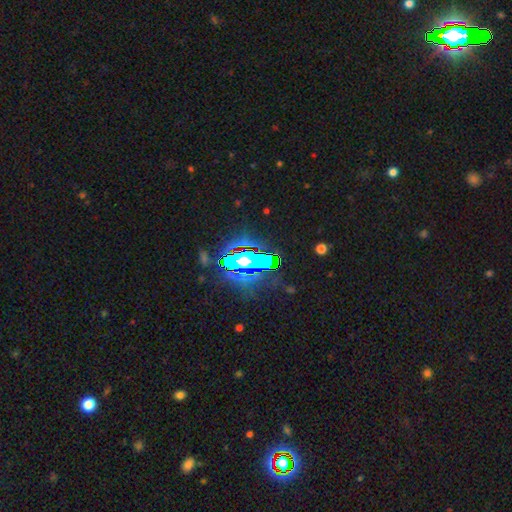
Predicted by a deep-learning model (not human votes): Smooth or featured? star or artifact (79%)